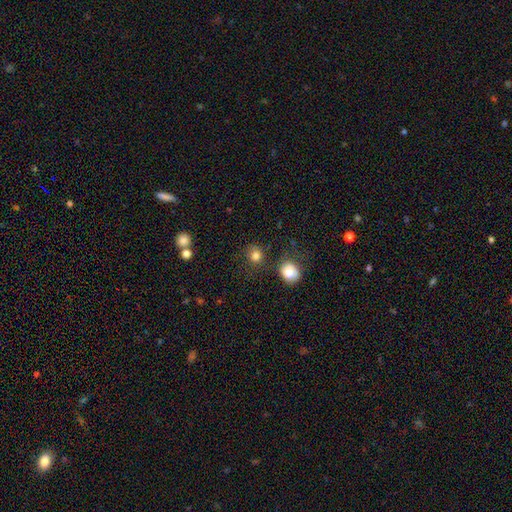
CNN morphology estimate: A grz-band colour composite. It shows a smooth galaxy with no disk features (82%) that is round (81%). Merging: none (77%).